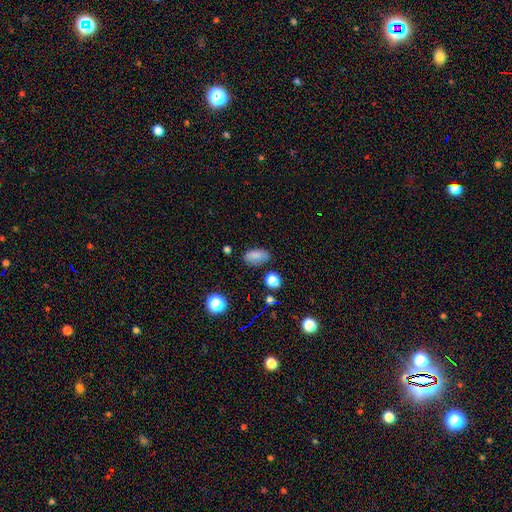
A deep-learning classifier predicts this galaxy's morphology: The model was most divided on "merging": none: 76%, minor disturbance: 17%, major disturbance: 4%, merger: 3%. More confident: how rounded — in between (90%); smooth or featured — smooth (81%).